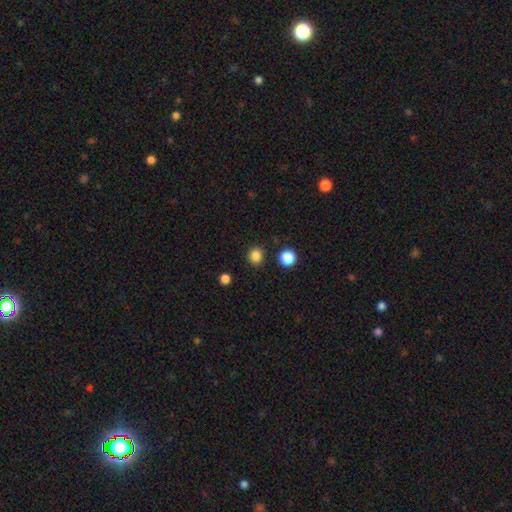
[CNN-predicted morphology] Smooth or featured?
  - smooth: 84% *
  - star or artifact: 12%
  - featured or disk: 3%
How rounded?
  - round: 90% *
  - in between: 9%
  - cigar-shaped: 1%
Merging?
  - none: 90% *
  - minor disturbance: 5%
  - merger: 2%
  - major disturbance: 2%